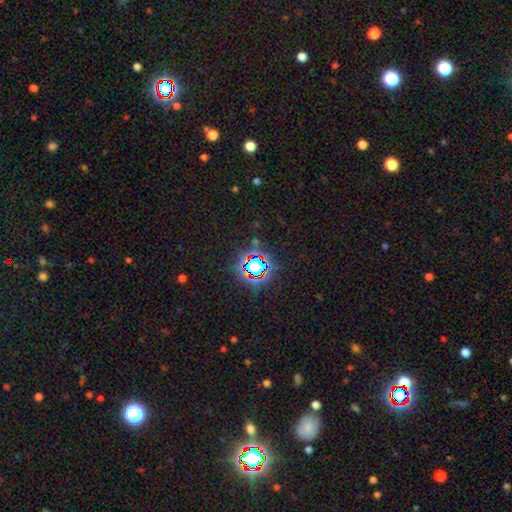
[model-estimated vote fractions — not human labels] Q: Smooth or featured?
A: star or artifact (81%); runner-up: smooth (12%)